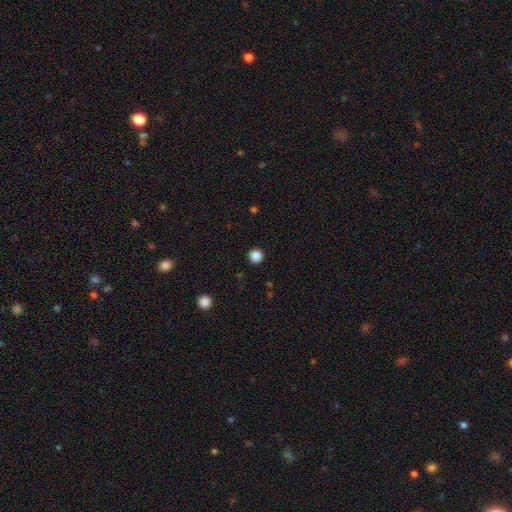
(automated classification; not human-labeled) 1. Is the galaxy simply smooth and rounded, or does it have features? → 87% smooth, 11% star or artifact, 2% featured or disk.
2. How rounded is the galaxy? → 95% round, 4% in between, 1% cigar-shaped.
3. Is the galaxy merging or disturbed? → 93% none, 4% minor disturbance, 2% major disturbance, 1% merger.